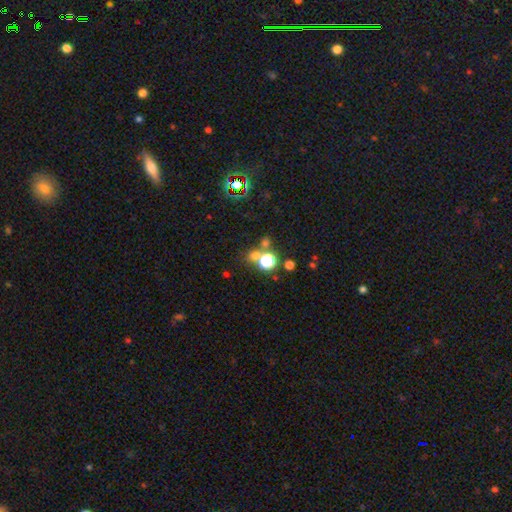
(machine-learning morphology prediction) Smooth or featured?
  - smooth: 56% *
  - star or artifact: 36%
  - featured or disk: 8%
How rounded?
  - round: 83% *
  - in between: 16%
  - cigar-shaped: 1%
Merging?
  - none: 64% *
  - merger: 23%
  - minor disturbance: 8%
  - major disturbance: 5%